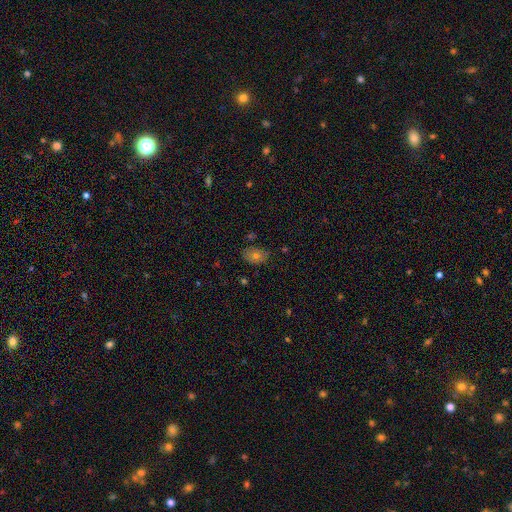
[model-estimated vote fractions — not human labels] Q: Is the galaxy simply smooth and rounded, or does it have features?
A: smooth — 65%.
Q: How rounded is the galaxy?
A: in between — 75%.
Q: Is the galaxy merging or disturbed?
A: none — 76%.